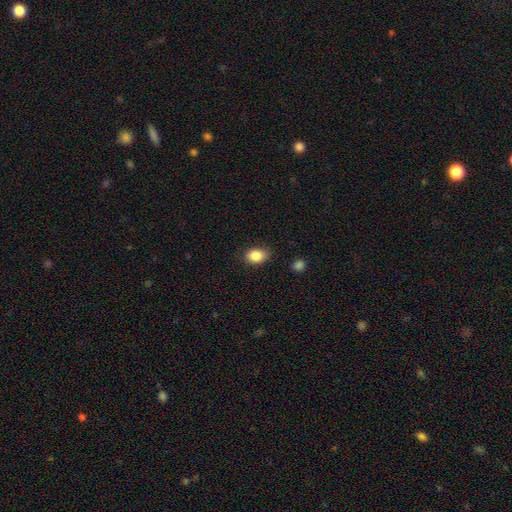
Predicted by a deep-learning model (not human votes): This appears to be a smooth galaxy with no disk features (86%) that is in between round and cigar-shaped (78%). Merging: none (82%).